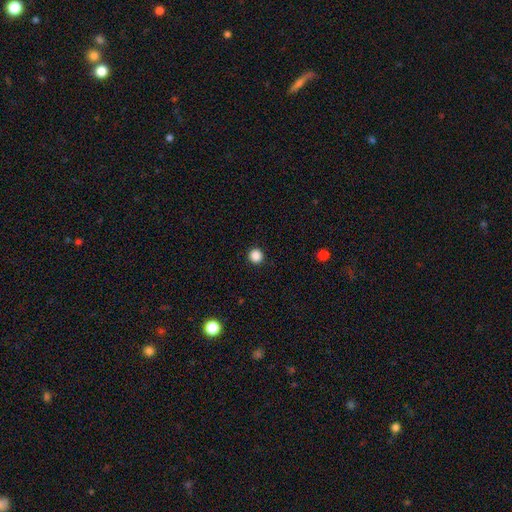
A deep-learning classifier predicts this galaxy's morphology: Overall: smooth (87%). How rounded: round (94%). Merging: none (93%).